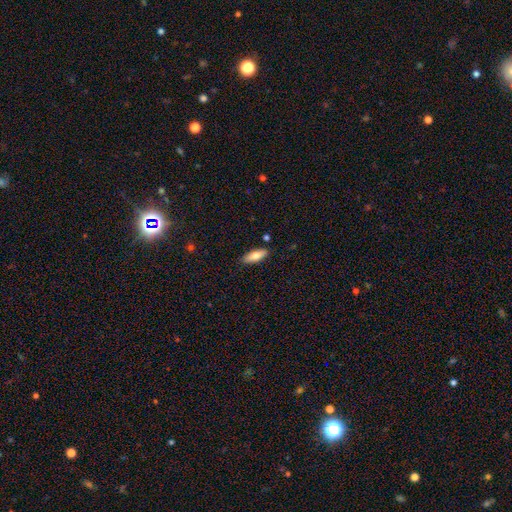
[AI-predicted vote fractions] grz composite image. It shows a smooth galaxy with no disk features (77%) that is in between round and cigar-shaped (67%). Merging: none (86%).